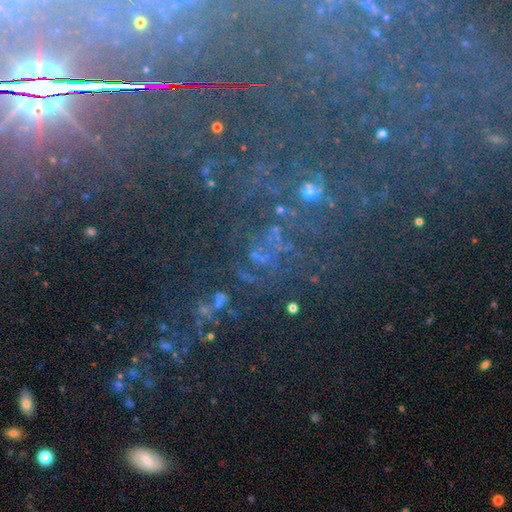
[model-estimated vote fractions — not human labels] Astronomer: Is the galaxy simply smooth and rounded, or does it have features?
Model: star or artifact — 66%.